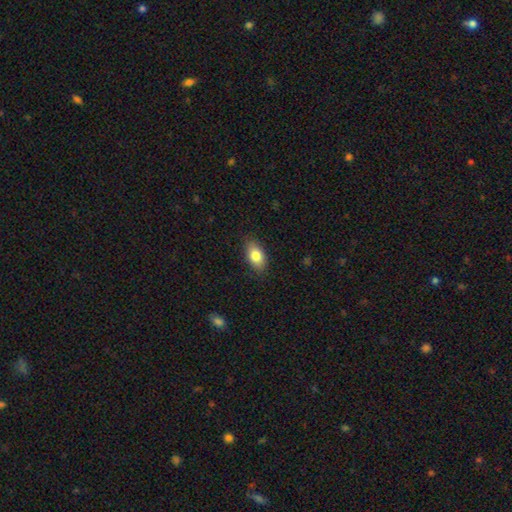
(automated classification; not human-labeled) Smooth or featured? smooth (82%)
How rounded? in between (89%)
Merging? none (85%)